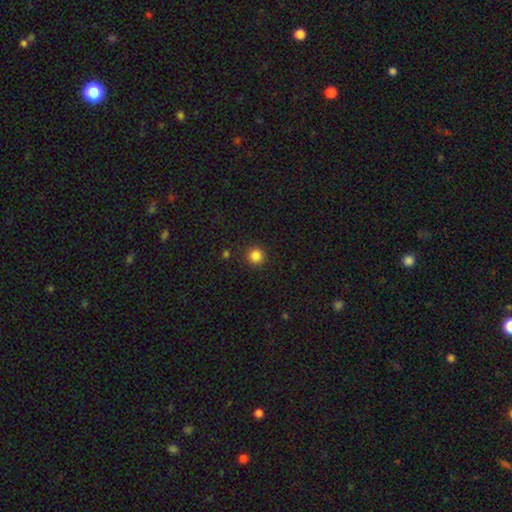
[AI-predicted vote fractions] Smooth or featured: smooth — 85% (star or artifact — 12%)
How rounded: round — 95% (in between — 4%)
Merging: none — 91% (minor disturbance — 5%)